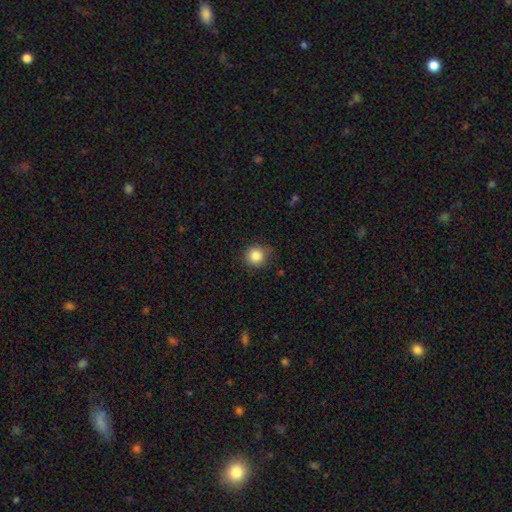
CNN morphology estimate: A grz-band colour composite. It shows a smooth galaxy with no disk features (86%) that is round (93%). Merging: none (83%).